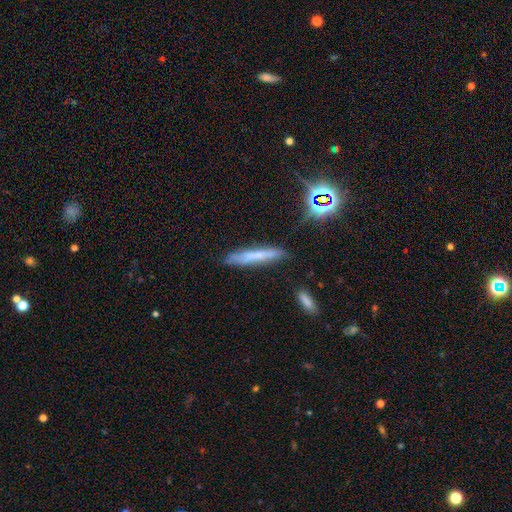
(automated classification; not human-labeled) Morphology: type=smooth (54%); roundness=cigar-shaped (91%); merging=none (78%).